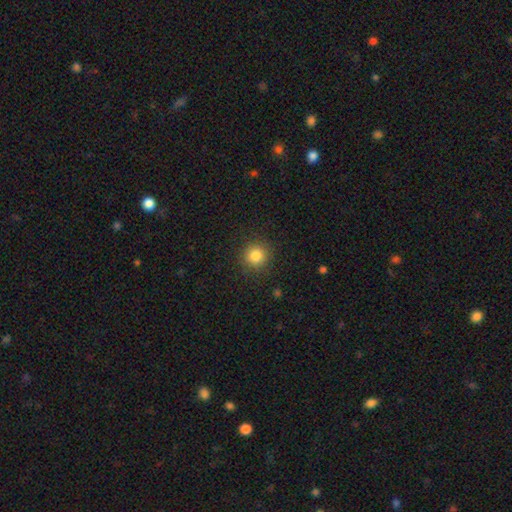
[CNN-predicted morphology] Smooth or featured? Predicted: smooth (p=0.84). How rounded? Predicted: round (p=0.94). Merging? Predicted: none (p=0.90).